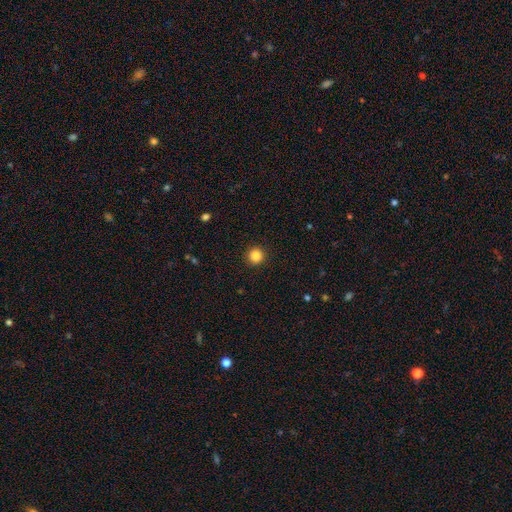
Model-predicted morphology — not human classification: smooth-or-featured: smooth: 86% | star or artifact: 11% | featured or disk: 3%
  how-rounded: round: 95% | in between: 4% | cigar-shaped: 1%
  merging: none: 92% | minor disturbance: 5% | major disturbance: 2% | merger: 1%